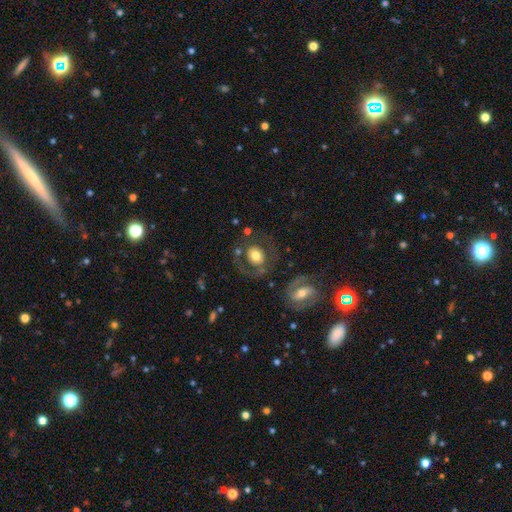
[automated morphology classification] A smooth galaxy with no disk features (52%) that is round (69%). Merging: none (67%).